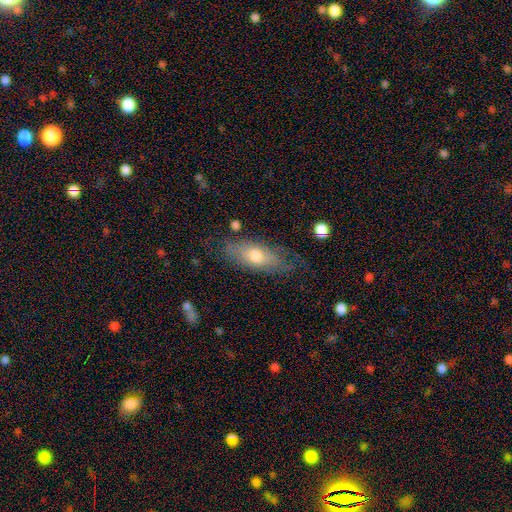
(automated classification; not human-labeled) A smooth galaxy with no disk features (59%) that is in between round and cigar-shaped (72%). Merging: none (65%).